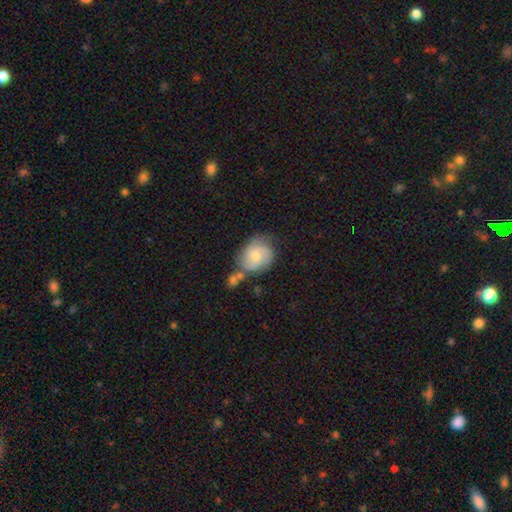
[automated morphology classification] Smooth or featured? featured or disk (58%)
Edge-on disk? no (97%)
Bar? no (69%)
Spiral arms? yes (88%)
Bulge size? moderate (51%)
Merging? none (50%)